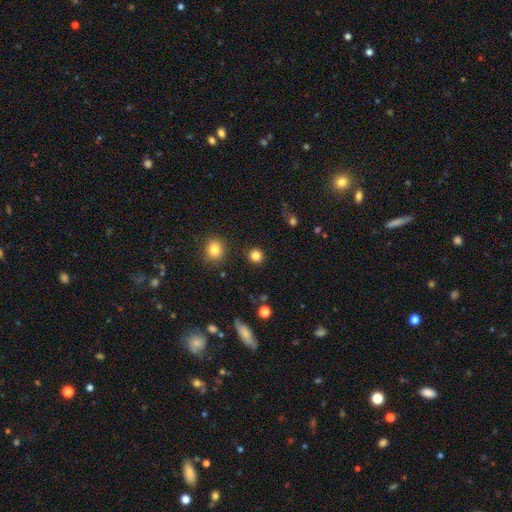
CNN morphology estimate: Smooth or featured?
  - smooth: 84% *
  - star or artifact: 13%
  - featured or disk: 4%
How rounded?
  - round: 91% *
  - in between: 8%
  - cigar-shaped: 1%
Merging?
  - none: 91% *
  - minor disturbance: 5%
  - major disturbance: 2%
  - merger: 2%